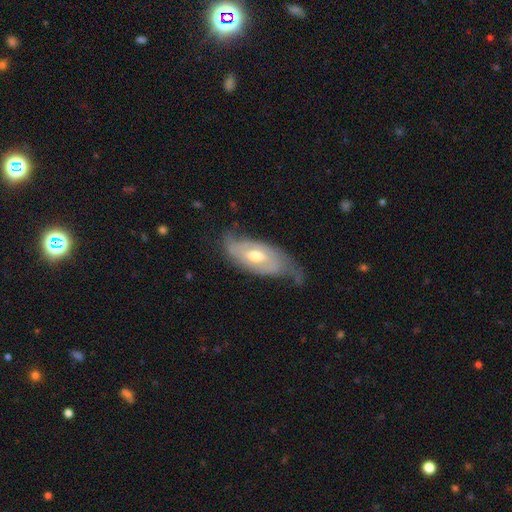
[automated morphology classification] type=featured or disk (73%); edge-on=no (88%); bar=no (51%); spiral arms=yes (85%); winding=tight (41%); arm count=2 (59%); bulge=moderate (75%); merging=none (53%).